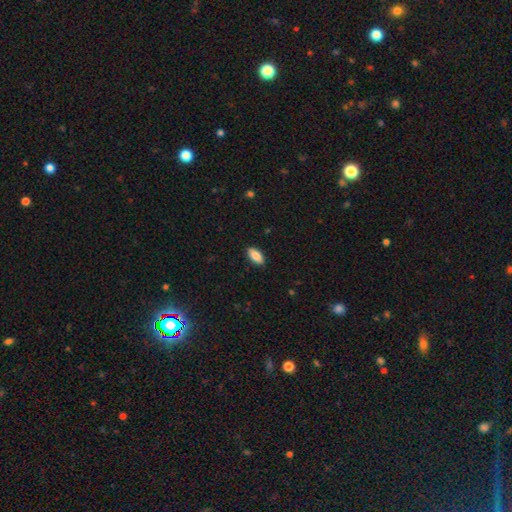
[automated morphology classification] Overall: smooth (85%). How rounded: in between (89%). Merging: none (89%).